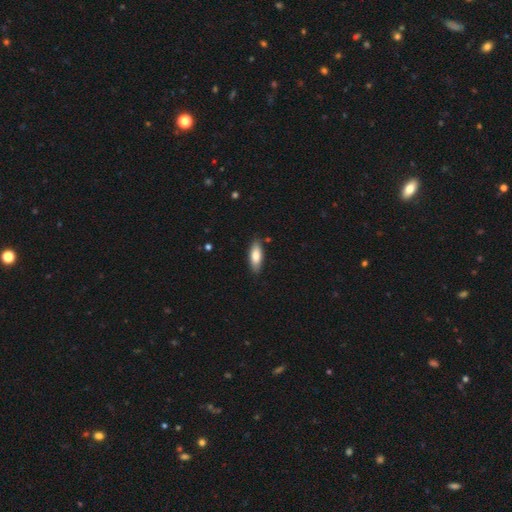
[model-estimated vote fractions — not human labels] smooth-or-featured: smooth: 79% | featured or disk: 15% | star or artifact: 6%
  how-rounded: in between: 68% | cigar-shaped: 30% | round: 2%
  merging: none: 85% | minor disturbance: 12% | major disturbance: 2% | merger: 2%